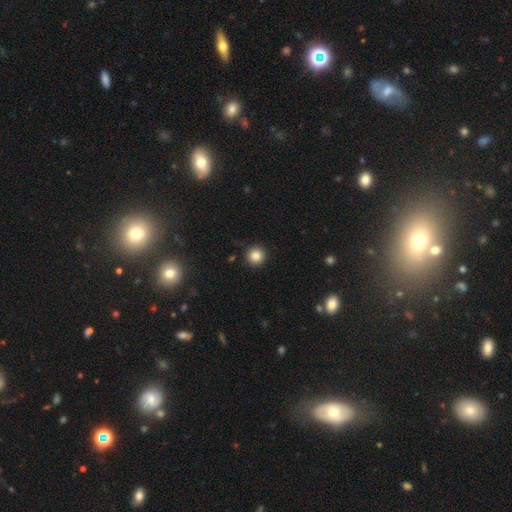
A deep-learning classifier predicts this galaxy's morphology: This appears to be a smooth galaxy with no disk features (84%) that is round (95%). Merging: none (91%).